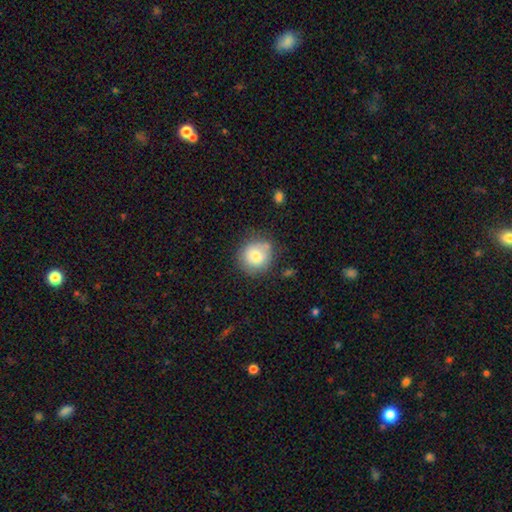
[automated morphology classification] A smooth galaxy with no disk features (78%) that is round (86%). Merging: none (71%).